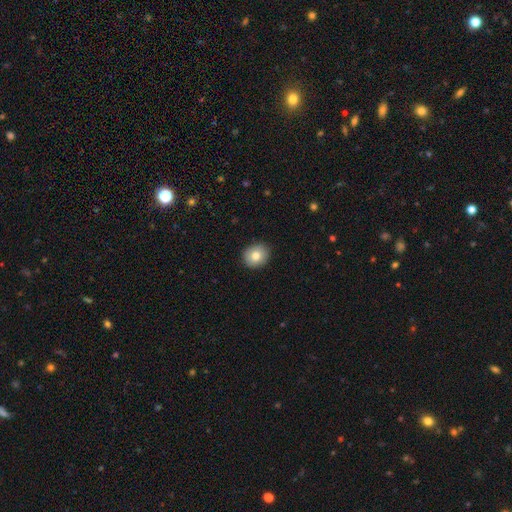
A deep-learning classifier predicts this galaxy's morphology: A smooth galaxy with no disk features (81%) that is round (68%).

Vote fractions:
- Smooth or featured? smooth: 81% / featured or disk: 11% / star or artifact: 8%
- How rounded? round: 68% / in between: 31% / cigar-shaped: 1%
- Merging? none: 89% / minor disturbance: 8% / major disturbance: 2% / merger: 1%